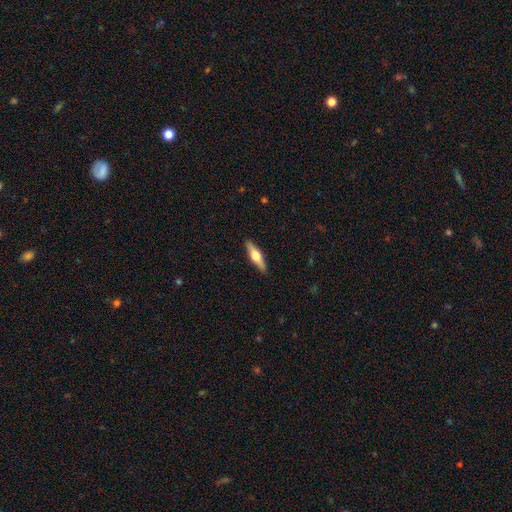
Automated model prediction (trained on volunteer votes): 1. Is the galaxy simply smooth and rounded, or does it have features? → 56% featured or disk, 39% smooth, 5% star or artifact.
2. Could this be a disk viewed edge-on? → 95% yes, 5% no.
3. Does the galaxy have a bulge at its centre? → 94% rounded, 4% boxy, 2% none.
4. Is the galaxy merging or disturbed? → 90% none, 7% minor disturbance, 2% major disturbance, 1% merger.